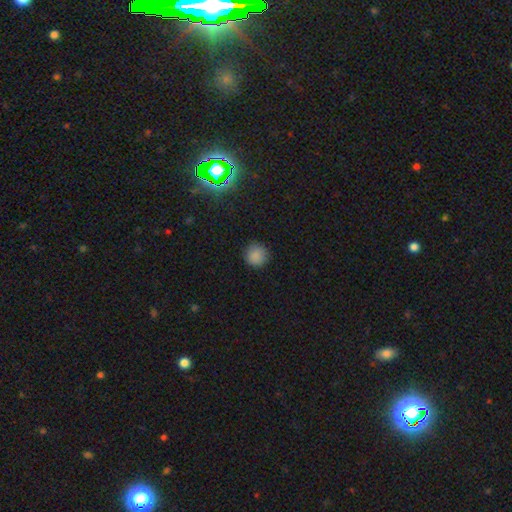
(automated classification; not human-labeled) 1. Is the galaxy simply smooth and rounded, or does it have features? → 85% smooth, 11% star or artifact, 3% featured or disk.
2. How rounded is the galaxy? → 94% round, 5% in between, 1% cigar-shaped.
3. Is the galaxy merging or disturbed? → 89% none, 8% minor disturbance, 2% major disturbance, 1% merger.